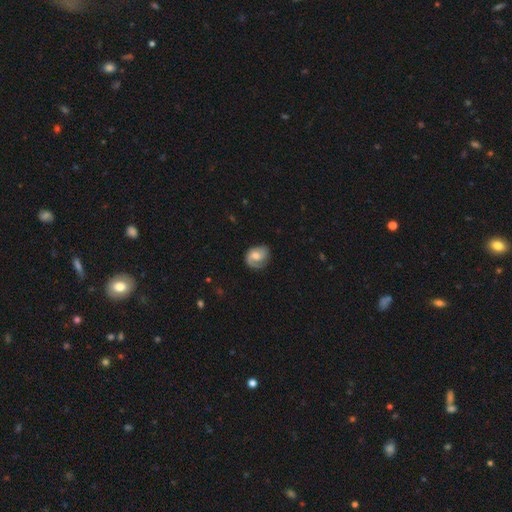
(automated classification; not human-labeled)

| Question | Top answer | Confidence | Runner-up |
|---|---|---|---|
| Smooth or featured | featured or disk | 58% | smooth (35%) |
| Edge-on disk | no | 97% | yes (3%) |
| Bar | no | 57% | weak (36%) |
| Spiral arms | yes | 86% | no (14%) |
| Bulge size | moderate | 60% | small (21%) |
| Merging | none | 64% | minor disturbance (23%) |